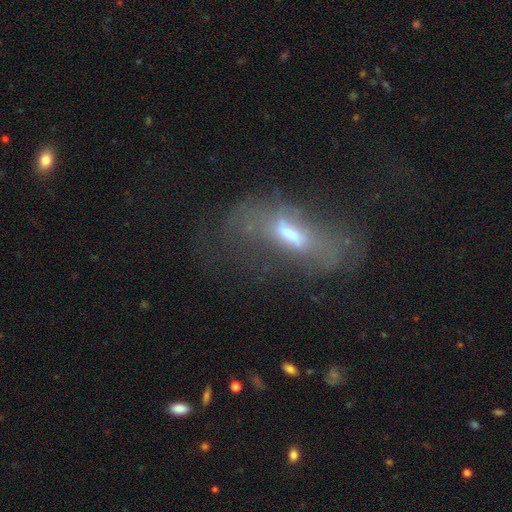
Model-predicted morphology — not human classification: Smooth or featured: featured or disk — 55% (smooth — 31%)
Edge-on disk: no — 78% (yes — 22%)
Merging: none — 47% (major disturbance — 26%)